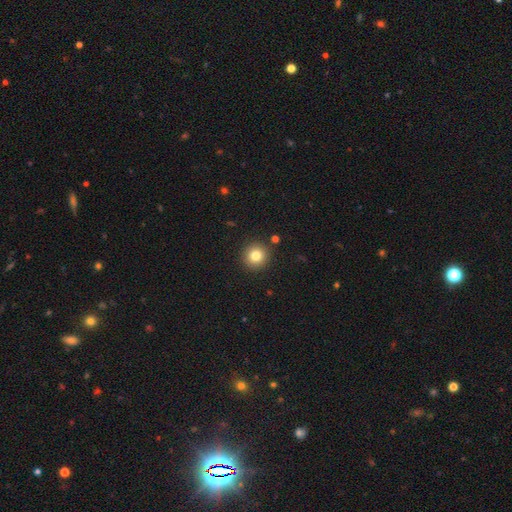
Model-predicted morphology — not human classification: Smooth or featured: smooth — 80% (star or artifact — 11%)
How rounded: round — 94% (in between — 5%)
Merging: none — 91% (minor disturbance — 5%)